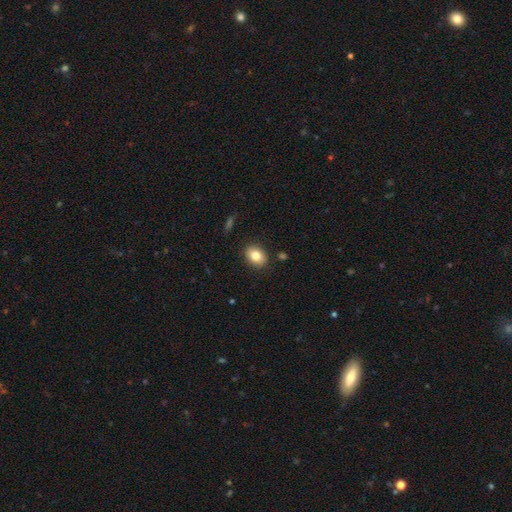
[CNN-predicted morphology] Smooth or featured?
  - smooth: 82% *
  - featured or disk: 10%
  - star or artifact: 8%
How rounded?
  - in between: 65% *
  - round: 34%
  - cigar-shaped: 1%
Merging?
  - none: 88% *
  - minor disturbance: 9%
  - major disturbance: 2%
  - merger: 2%